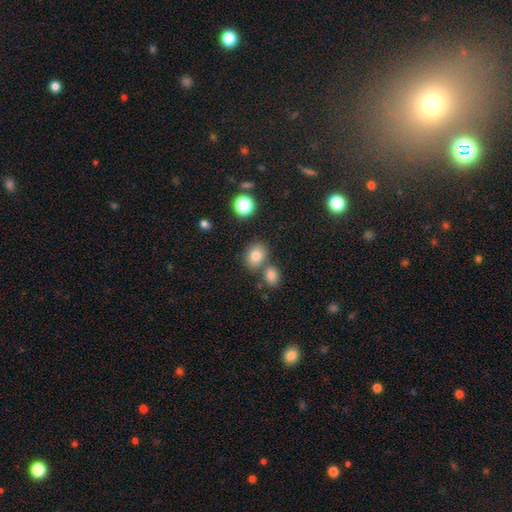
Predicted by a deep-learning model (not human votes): Smooth or featured?
  - smooth: 79% *
  - star or artifact: 12%
  - featured or disk: 9%
How rounded?
  - in between: 52% *
  - round: 47%
  - cigar-shaped: 1%
Merging?
  - none: 64% *
  - merger: 22%
  - minor disturbance: 11%
  - major disturbance: 3%